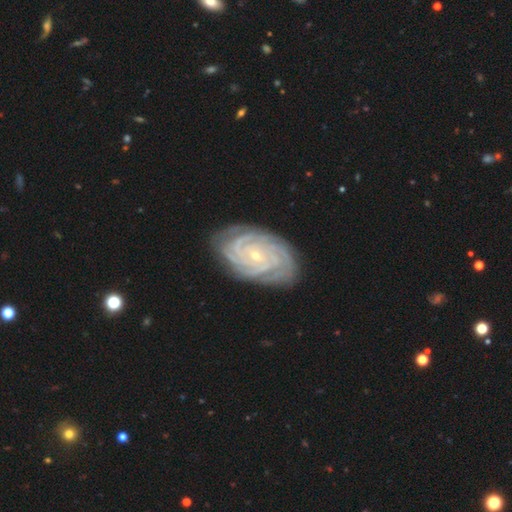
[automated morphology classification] Smooth or featured?
  - featured or disk: 90% *
  - star or artifact: 5%
  - smooth: 5%
Edge-on disk?
  - no: 97% *
  - yes: 3%
Bar?
  - no: 66% *
  - weak: 24%
  - strong: 10%
Spiral arms?
  - yes: 99% *
  - no: 1%
Spiral winding?
  - tight: 86% *
  - medium: 13%
  - loose: 2%
Spiral arm count?
  - 4: 28% *
  - 3: 18%
  - more than 4: 17%
  - can't tell: 17%
  - 2: 12%
  - 1: 8%
Bulge size?
  - small: 78% *
  - moderate: 19%
  - none: 1%
  - large: 1%
  - dominant: 1%
Merging?
  - none: 83% *
  - minor disturbance: 13%
  - major disturbance: 3%
  - merger: 1%